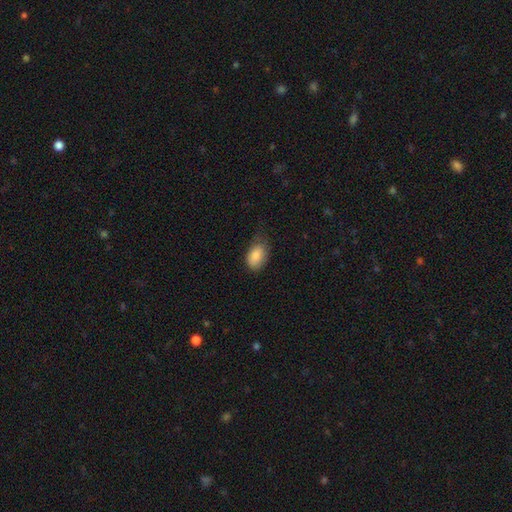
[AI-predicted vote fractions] Smooth or featured? Predicted: smooth (p=0.85). How rounded? Predicted: in between (p=0.90). Merging? Predicted: none (p=0.52).